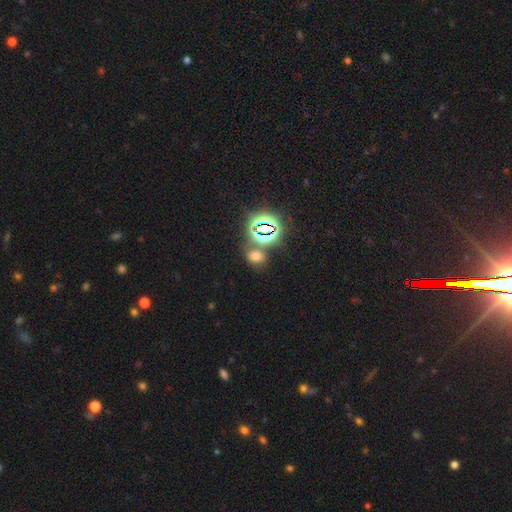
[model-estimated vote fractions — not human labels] The model was most divided on "smooth or featured": smooth: 49%, star or artifact: 43%, featured or disk: 8%. More confident: merging — none (67%).